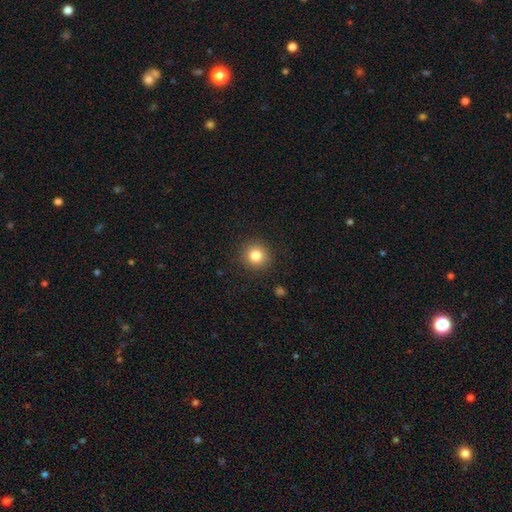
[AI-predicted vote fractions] smooth 82%, star or artifact 11%, featured or disk 7%. Down the decision tree: how rounded — round (93%); merging — none (90%).